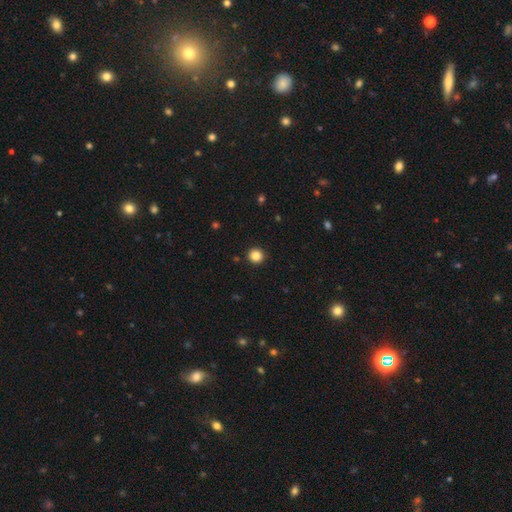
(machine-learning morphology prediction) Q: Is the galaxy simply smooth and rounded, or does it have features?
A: smooth — 85%.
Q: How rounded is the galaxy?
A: round — 94%.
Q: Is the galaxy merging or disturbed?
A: none — 92%.